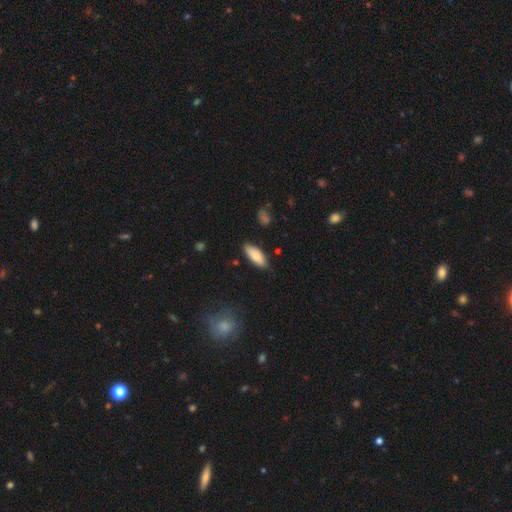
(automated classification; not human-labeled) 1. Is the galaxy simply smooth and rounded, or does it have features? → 79% smooth, 15% featured or disk, 6% star or artifact.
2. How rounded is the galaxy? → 77% in between, 21% cigar-shaped, 2% round.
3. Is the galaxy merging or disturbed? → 81% none, 15% minor disturbance, 2% major disturbance, 2% merger.